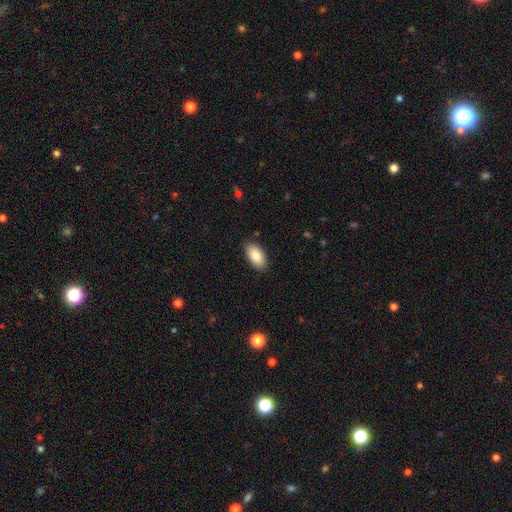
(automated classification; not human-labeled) A smooth galaxy with no disk features (87%) that is in between round and cigar-shaped (94%). Merging: none (88%).